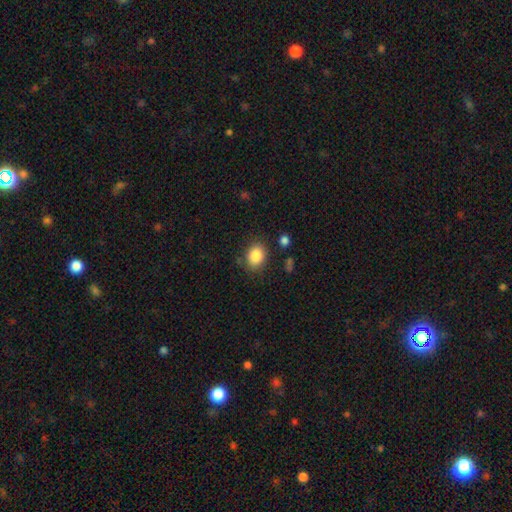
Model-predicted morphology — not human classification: smooth-or-featured: smooth: 86% | star or artifact: 9% | featured or disk: 5%
  how-rounded: in between: 59% | round: 40% | cigar-shaped: 1%
  merging: none: 81% | minor disturbance: 12% | major disturbance: 4% | merger: 3%